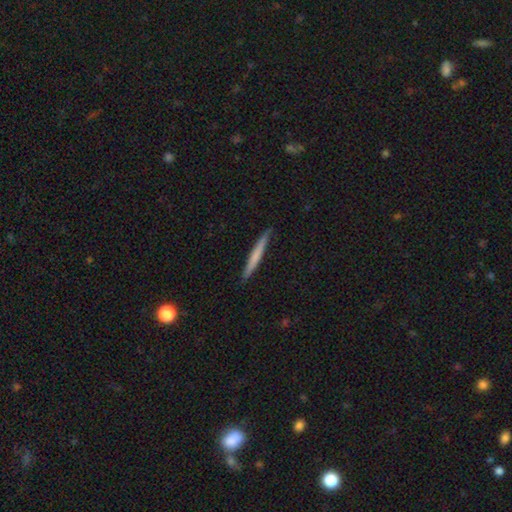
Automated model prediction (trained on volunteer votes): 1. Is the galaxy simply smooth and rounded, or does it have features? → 61% smooth, 34% featured or disk, 5% star or artifact.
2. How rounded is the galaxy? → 97% cigar-shaped, 2% in between, 1% round.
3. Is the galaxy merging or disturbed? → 90% none, 7% minor disturbance, 1% major disturbance, 1% merger.